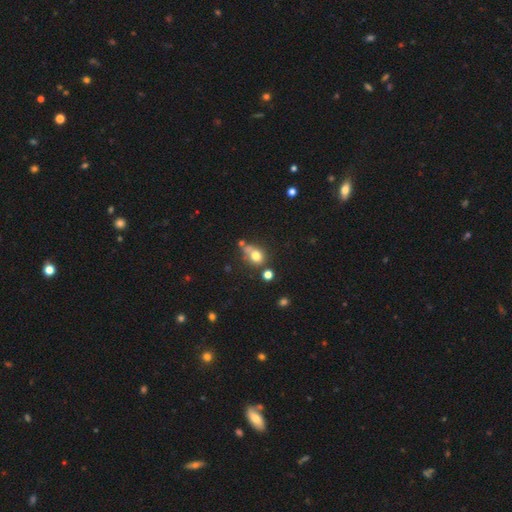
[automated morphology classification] Smooth or featured: smooth — 73% (featured or disk — 14%)
How rounded: round — 59% (in between — 39%)
Merging: none — 45% (merger — 27%)